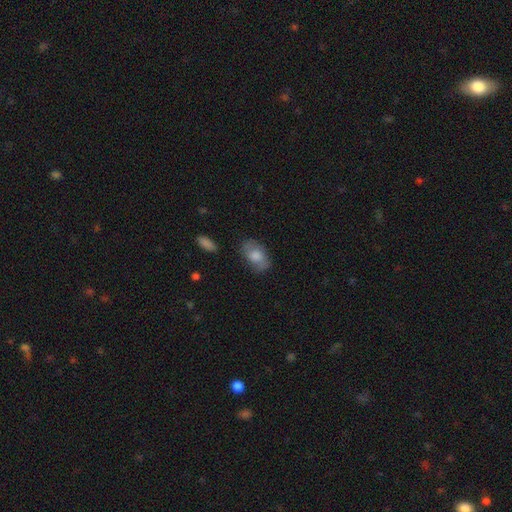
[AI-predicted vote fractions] A smooth galaxy with no disk features (65%) that is in between round and cigar-shaped (89%).

Vote fractions:
- Smooth or featured? smooth: 65% / featured or disk: 27% / star or artifact: 8%
- How rounded? in between: 89% / round: 9% / cigar-shaped: 2%
- Merging? none: 75% / minor disturbance: 18% / major disturbance: 5% / merger: 2%